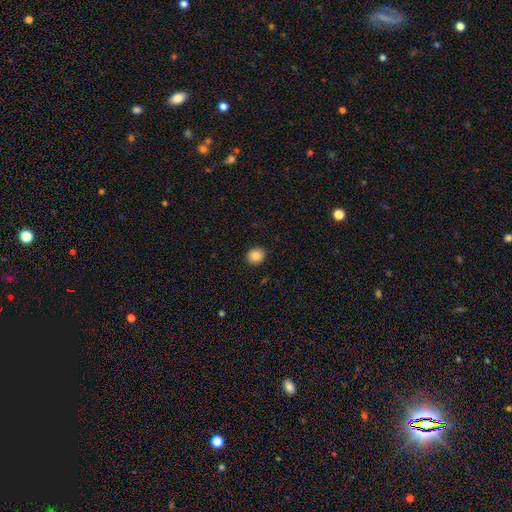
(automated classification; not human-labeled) Morphology: type=smooth (84%); roundness=round (71%); merging=none (91%).